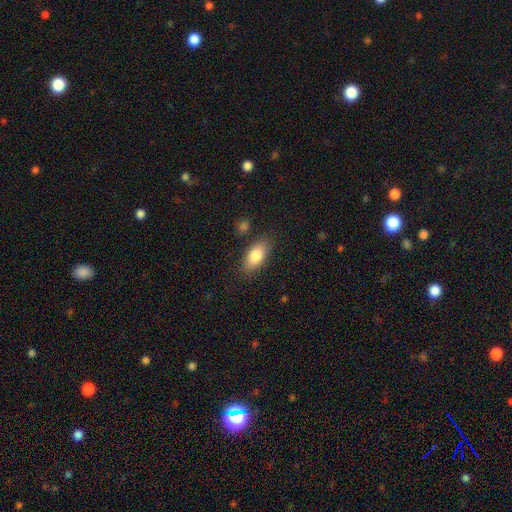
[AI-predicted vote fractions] Overall: smooth (82%). How rounded: in between (88%). Merging: none (83%).